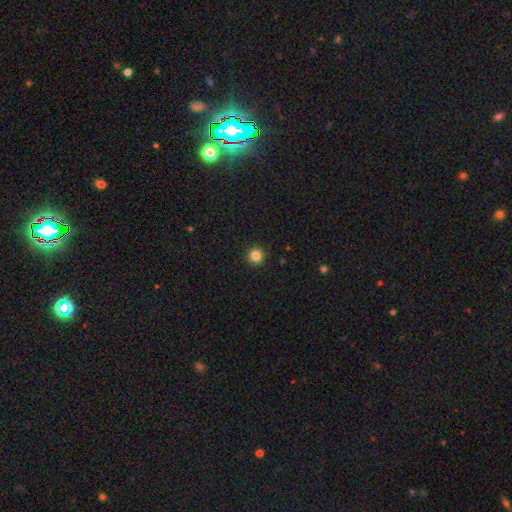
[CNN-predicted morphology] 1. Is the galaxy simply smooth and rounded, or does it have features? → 84% smooth, 12% star or artifact, 4% featured or disk.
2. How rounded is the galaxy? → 96% round, 3% in between, 1% cigar-shaped.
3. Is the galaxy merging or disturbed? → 93% none, 5% minor disturbance, 2% major disturbance, 1% merger.